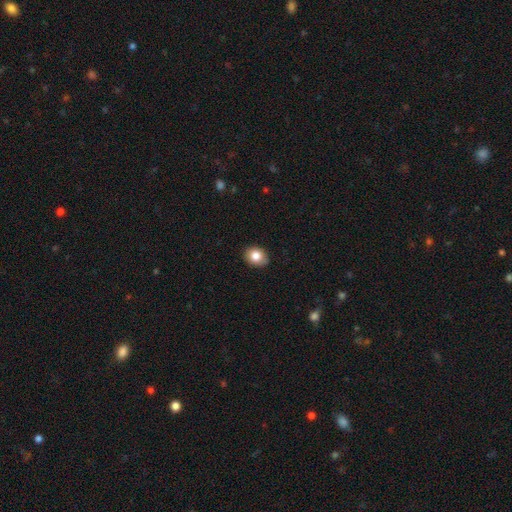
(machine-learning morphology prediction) Smooth or featured? Predicted: smooth (p=0.83). How rounded? Predicted: in between (p=0.53). Merging? Predicted: none (p=0.87).